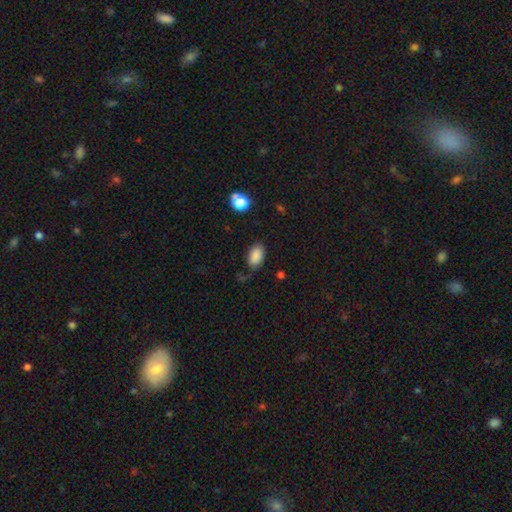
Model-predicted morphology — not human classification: smooth 87%, star or artifact 9%, featured or disk 4%. Down the decision tree: how rounded — in between (91%); merging — none (76%).